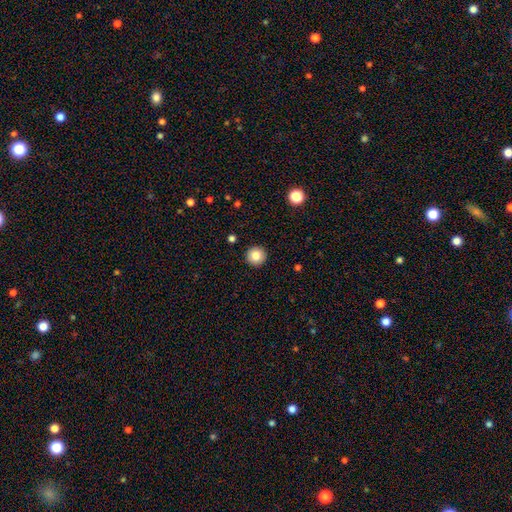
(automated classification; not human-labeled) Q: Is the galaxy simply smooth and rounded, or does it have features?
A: smooth — 83%.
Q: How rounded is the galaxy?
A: round — 96%.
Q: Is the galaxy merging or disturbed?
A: none — 93%.